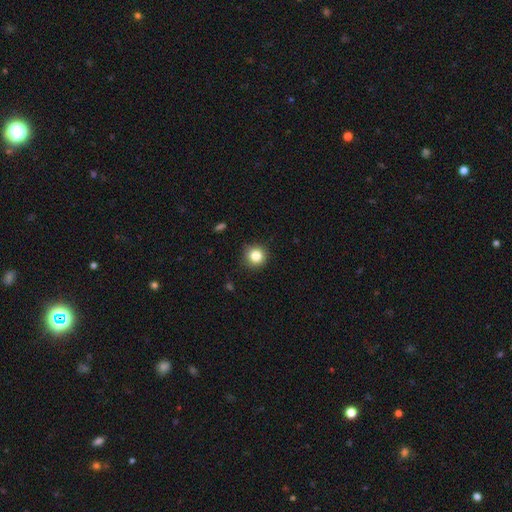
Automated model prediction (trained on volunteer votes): A smooth galaxy with no disk features (84%) that is round (93%). Merging: none (88%).